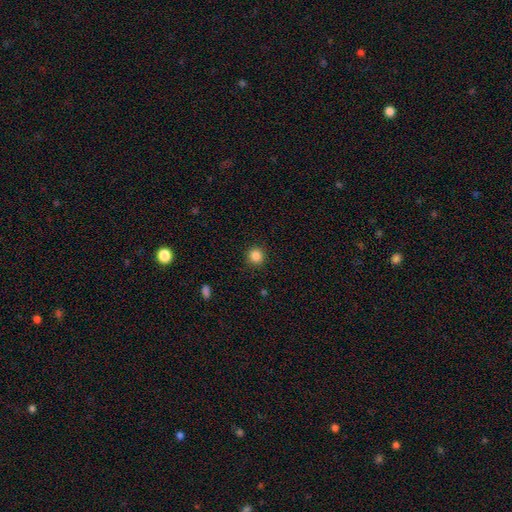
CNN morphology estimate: The model was most divided on "smooth or featured": smooth: 86%, star or artifact: 11%, featured or disk: 3%. More confident: how rounded — round (92%); merging — none (91%).